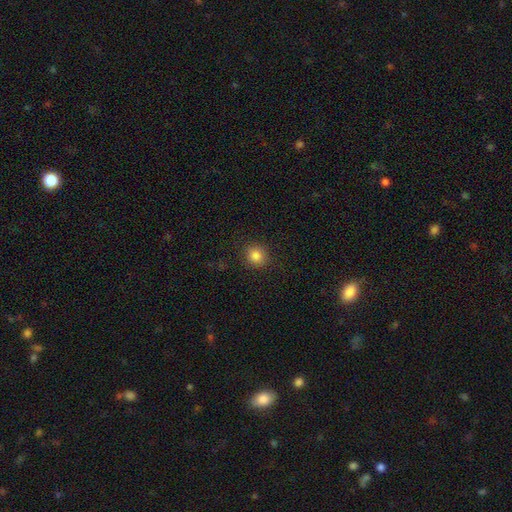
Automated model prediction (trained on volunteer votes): smooth 84%, star or artifact 11%, featured or disk 5%. Down the decision tree: how rounded — round (87%); merging — none (90%).